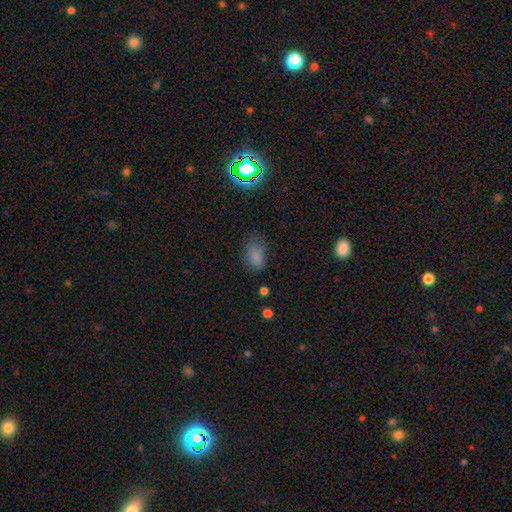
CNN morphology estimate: Overall: smooth (77%). How rounded: in between (86%). Merging: none (61%; minor disturbance 26%).